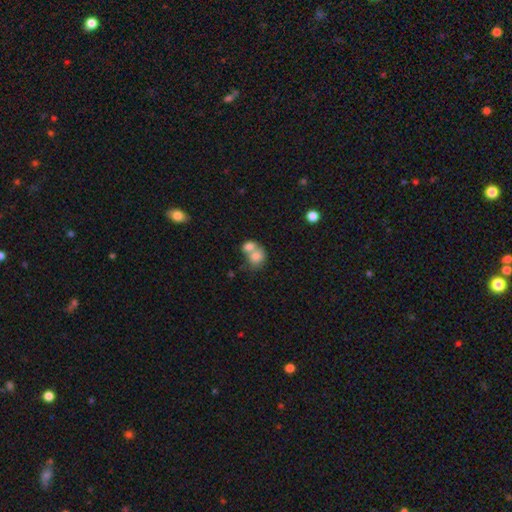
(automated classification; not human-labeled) Overall: smooth (77%). How rounded: round (62%; in between 37%). Merging: merger (65%).